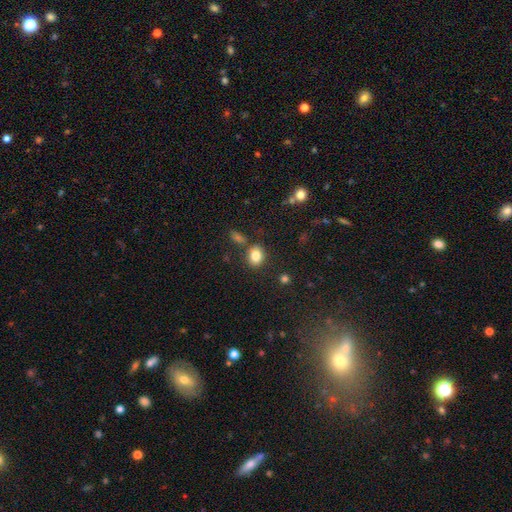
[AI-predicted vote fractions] Morphology: type=smooth (83%); roundness=in between (52%); merging=none (77%).